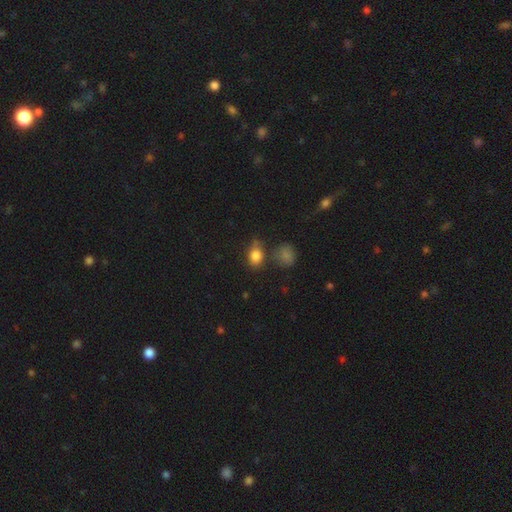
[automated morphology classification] Smooth or featured: smooth — 83% (star or artifact — 11%)
How rounded: in between — 62% (round — 36%)
Merging: none — 61% (minor disturbance — 21%)